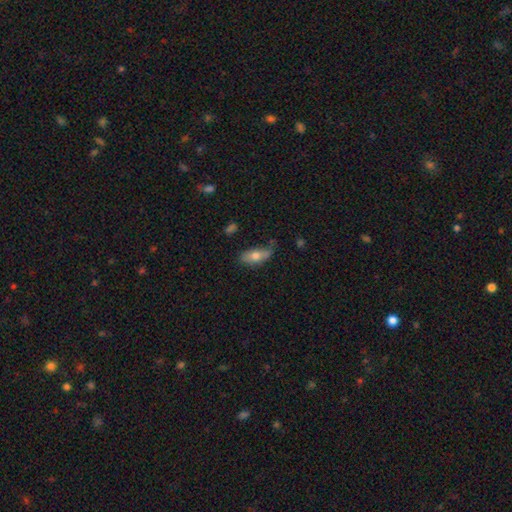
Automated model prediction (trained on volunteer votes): This is likely a smooth galaxy (70%). How rounded: clearly in between (84%). Merging: possibly none (53%).